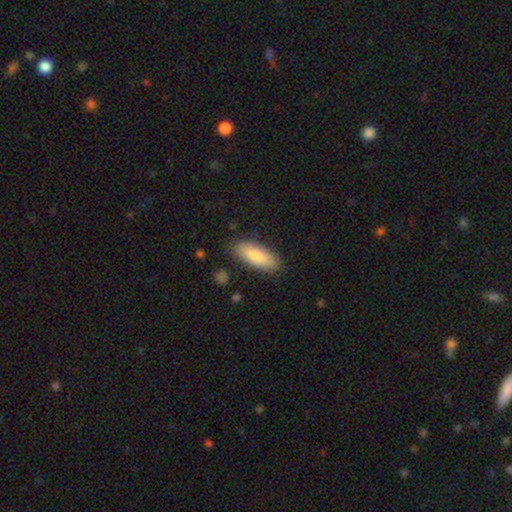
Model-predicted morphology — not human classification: This is clearly a smooth galaxy (82%). How rounded: likely in between (76%). Merging: clearly none (84%).